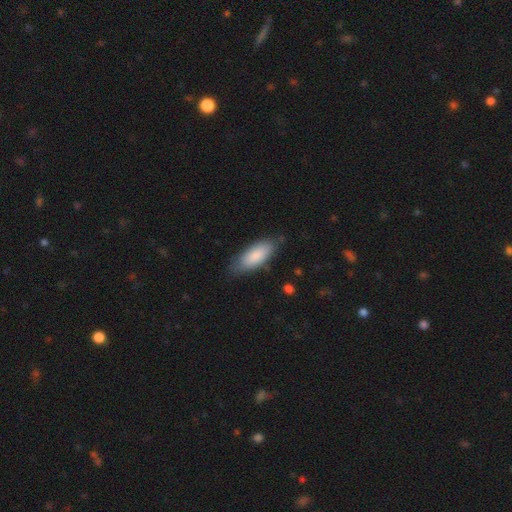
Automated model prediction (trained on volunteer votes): smooth_or_featured: smooth (p=0.85) [alt: featured or disk p=0.09]
how_rounded: in between (p=0.77) [alt: cigar-shaped p=0.22]
merging: none (p=0.77) [alt: minor disturbance p=0.18]